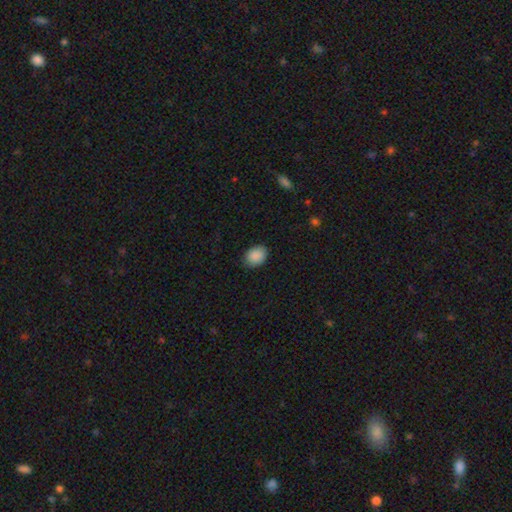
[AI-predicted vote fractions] Smooth or featured? Predicted: smooth (p=0.89). How rounded? Predicted: in between (p=0.58). Merging? Predicted: none (p=0.83).